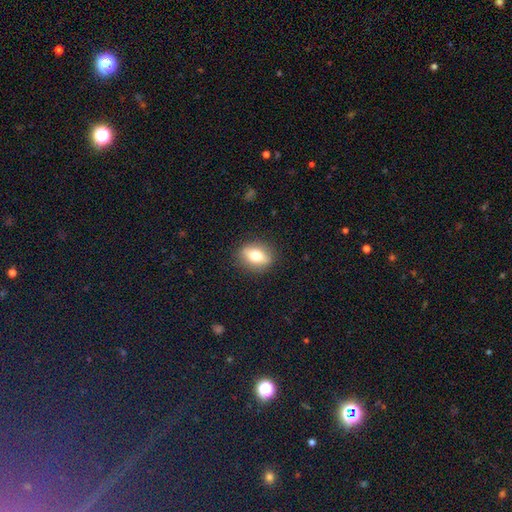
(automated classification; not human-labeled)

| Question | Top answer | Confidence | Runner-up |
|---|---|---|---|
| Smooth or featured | smooth | 64% | featured or disk (28%) |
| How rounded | in between | 67% | round (28%) |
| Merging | none | 87% | minor disturbance (10%) |